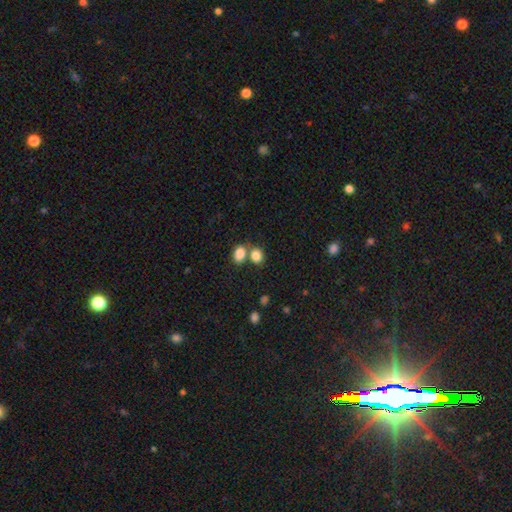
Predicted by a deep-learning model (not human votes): A smooth galaxy with no disk features (84%) that is in between round and cigar-shaped (53%). Merging: none (47%).